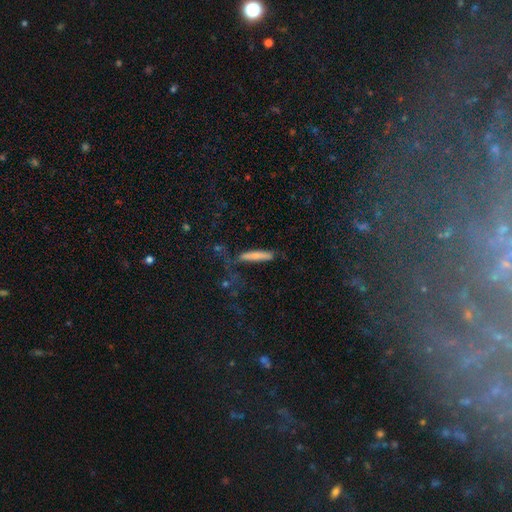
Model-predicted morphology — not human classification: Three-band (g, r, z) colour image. It shows a smooth galaxy with no disk features (70%) that is cigar-shaped (87%). Merging: none (51%).